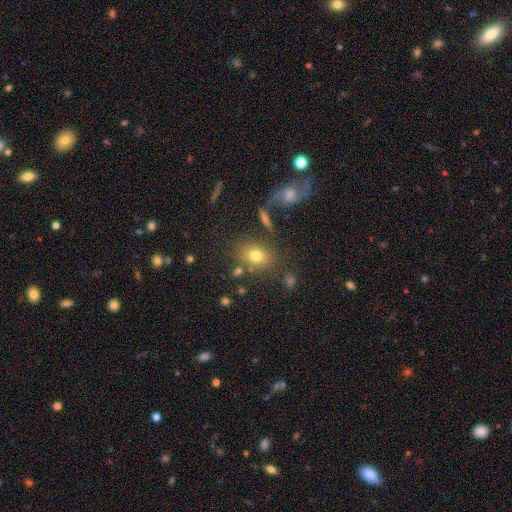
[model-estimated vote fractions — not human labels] Smooth or featured: smooth — 74% (featured or disk — 13%)
How rounded: in between — 60% (round — 38%)
Merging: none — 75% (minor disturbance — 12%)